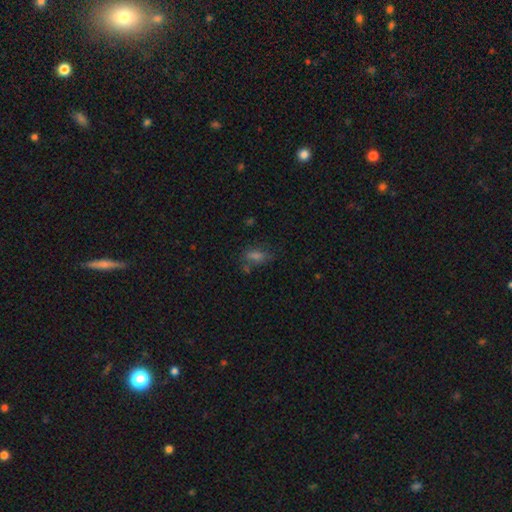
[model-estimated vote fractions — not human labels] Smooth or featured? Predicted: smooth (p=0.61). How rounded? Predicted: in between (p=0.76). Merging? Predicted: none (p=0.59).